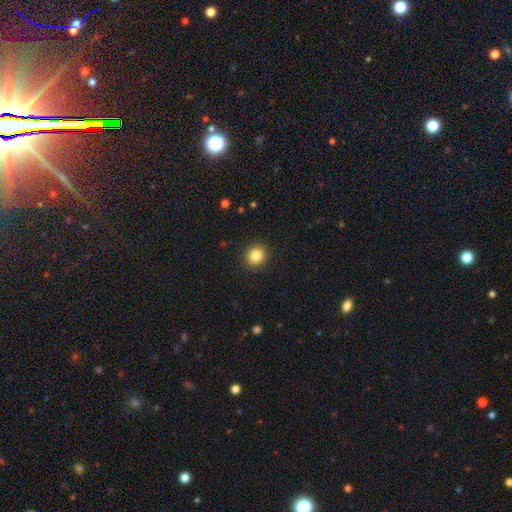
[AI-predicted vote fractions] Overall: smooth (84%). How rounded: round (81%). Merging: none (91%).